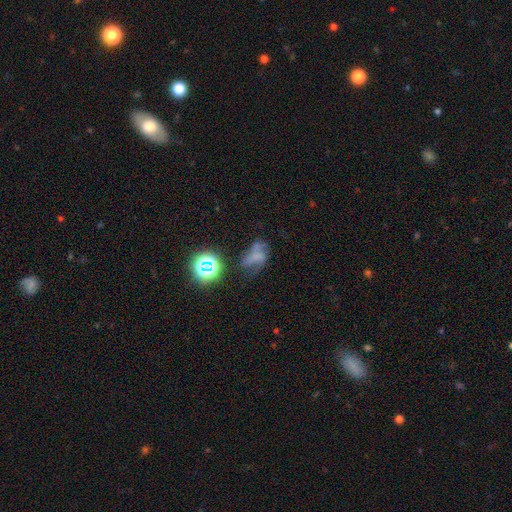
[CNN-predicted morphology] A smooth galaxy with no disk features (38%). Merging: major disturbance (36%).